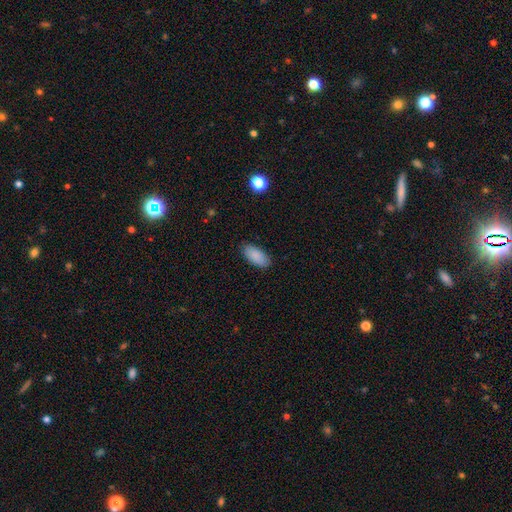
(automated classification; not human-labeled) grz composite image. It shows a smooth galaxy with no disk features (89%) that is in between round and cigar-shaped (90%). Merging: none (87%).